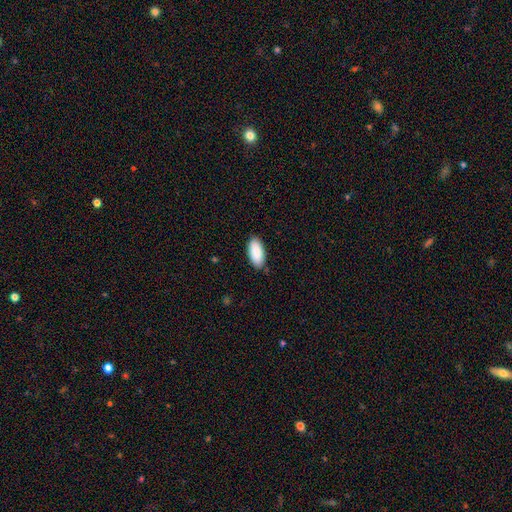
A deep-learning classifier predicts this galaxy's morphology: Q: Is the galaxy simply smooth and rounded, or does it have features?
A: smooth — 90%.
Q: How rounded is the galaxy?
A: in between — 93%.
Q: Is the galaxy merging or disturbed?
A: none — 87%.